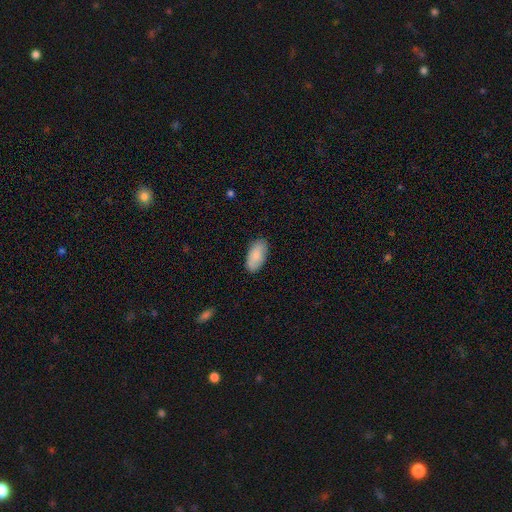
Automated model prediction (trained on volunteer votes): The model was most divided on "merging": none: 85%, minor disturbance: 11%, major disturbance: 2%, merger: 1%. More confident: how rounded — in between (94%); smooth or featured — smooth (87%).